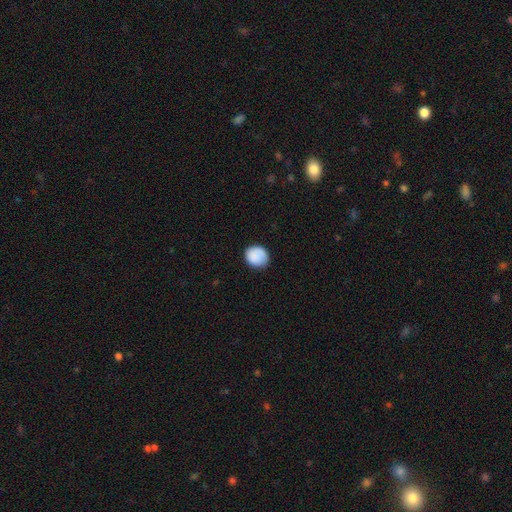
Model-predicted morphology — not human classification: Smooth or featured?
  - smooth: 88% *
  - star or artifact: 7%
  - featured or disk: 5%
How rounded?
  - round: 77% *
  - in between: 22%
  - cigar-shaped: 1%
Merging?
  - none: 82% *
  - minor disturbance: 14%
  - major disturbance: 3%
  - merger: 1%